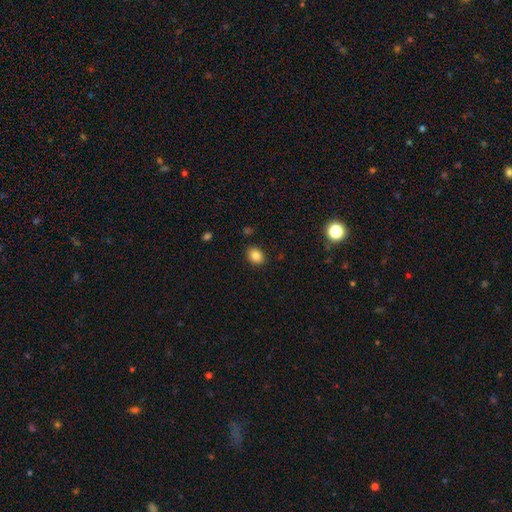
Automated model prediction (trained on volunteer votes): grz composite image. It shows a smooth galaxy with no disk features (85%) that is in between round and cigar-shaped (56%). Merging: none (87%).